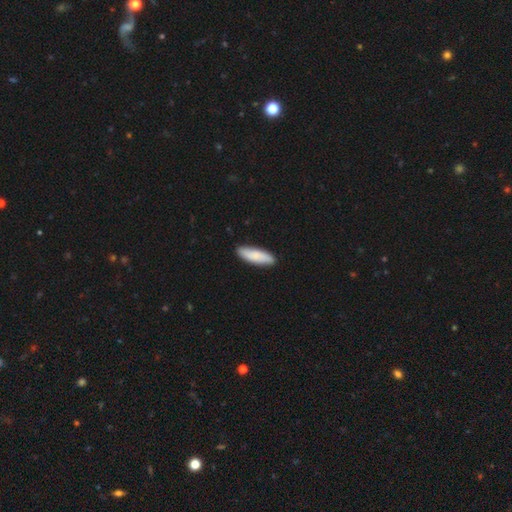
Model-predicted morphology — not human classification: smooth_or_featured: smooth (p=0.82) [alt: featured or disk p=0.13]
how_rounded: cigar-shaped (p=0.52) [alt: in between p=0.47]
merging: none (p=0.89) [alt: minor disturbance p=0.09]